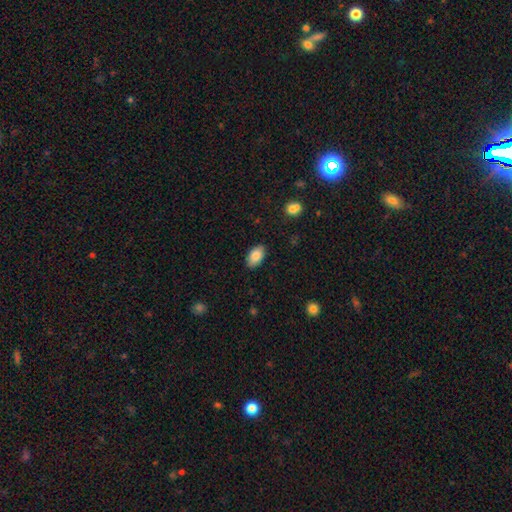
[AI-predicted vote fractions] Morphology: type=smooth (86%); roundness=in between (93%); merging=none (87%).